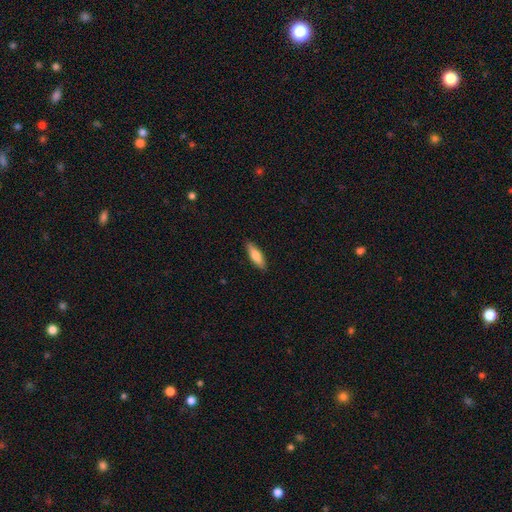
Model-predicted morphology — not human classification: type=smooth (74%); roundness=cigar-shaped (54%); merging=none (89%).